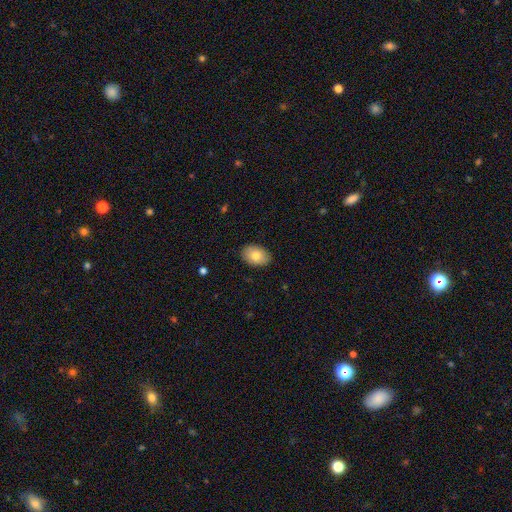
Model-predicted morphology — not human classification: smooth 82%, featured or disk 11%, star or artifact 7%. Down the decision tree: how rounded — in between (85%); merging — none (89%).